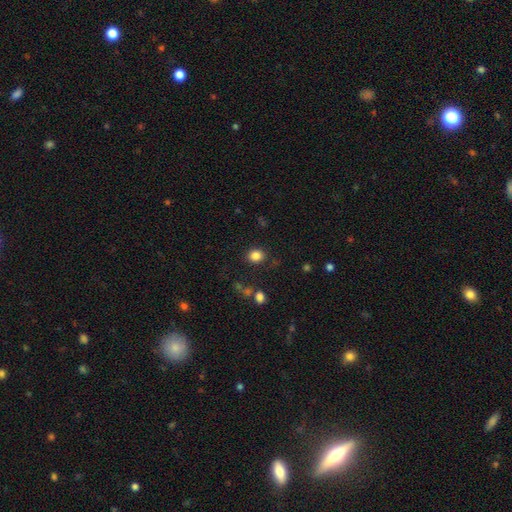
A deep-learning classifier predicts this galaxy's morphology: type=smooth (84%); roundness=round (67%); merging=none (84%).